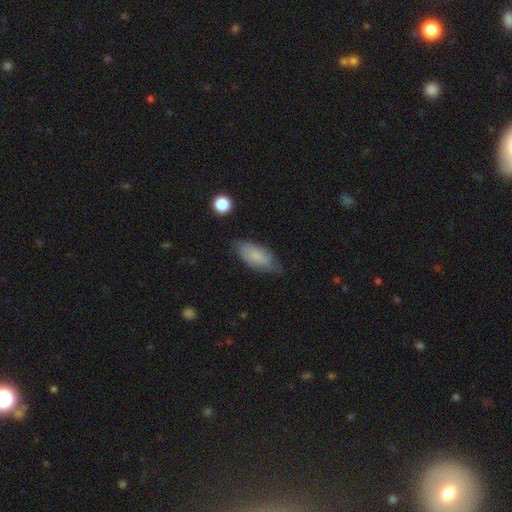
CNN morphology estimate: Smooth or featured? smooth (76%)
How rounded? in between (86%)
Merging? none (66%)